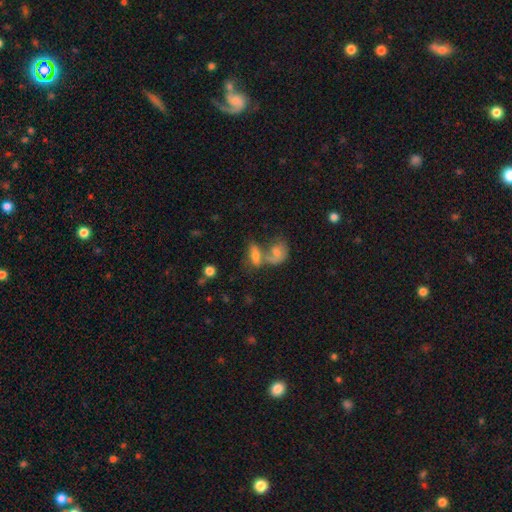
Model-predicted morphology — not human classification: This is likely a smooth galaxy (62%). How rounded: likely in between (73%). Merging: possibly merger (57%).